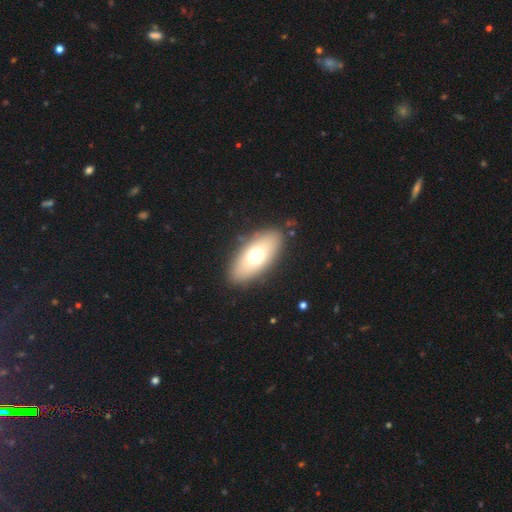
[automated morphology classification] Overall: smooth (65%; featured or disk 26%). How rounded: in between (85%). Merging: none (87%).